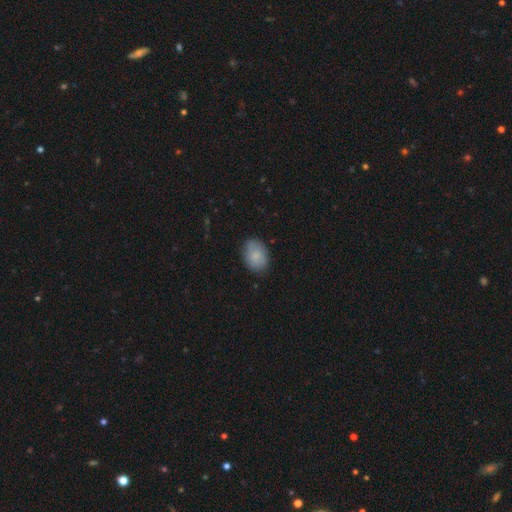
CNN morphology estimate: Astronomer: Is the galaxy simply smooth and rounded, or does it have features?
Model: smooth — 83%.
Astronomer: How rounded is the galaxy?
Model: in between — 76%.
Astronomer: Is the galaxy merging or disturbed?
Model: none — 78%.